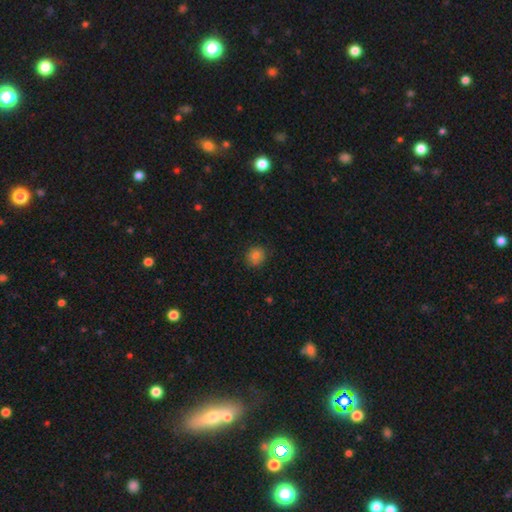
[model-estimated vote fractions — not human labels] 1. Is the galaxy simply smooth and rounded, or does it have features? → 81% smooth, 11% star or artifact, 9% featured or disk.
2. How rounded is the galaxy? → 82% round, 17% in between, 1% cigar-shaped.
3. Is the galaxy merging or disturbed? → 85% none, 12% minor disturbance, 3% major disturbance, 1% merger.